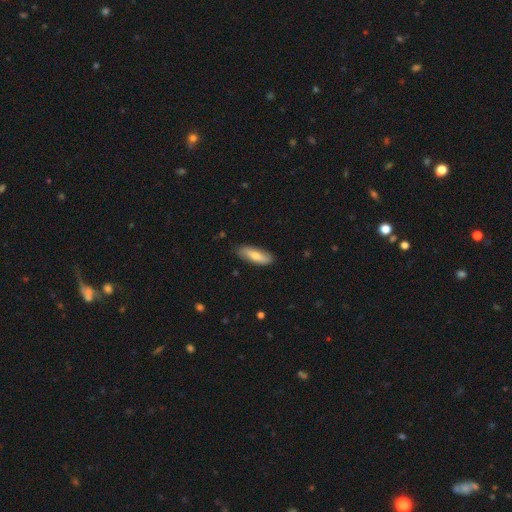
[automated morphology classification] Q: Smooth or featured?
A: smooth (69%); runner-up: featured or disk (25%)
Q: How rounded?
A: in between (60%); runner-up: cigar-shaped (38%)
Q: Merging?
A: none (85%); runner-up: minor disturbance (12%)